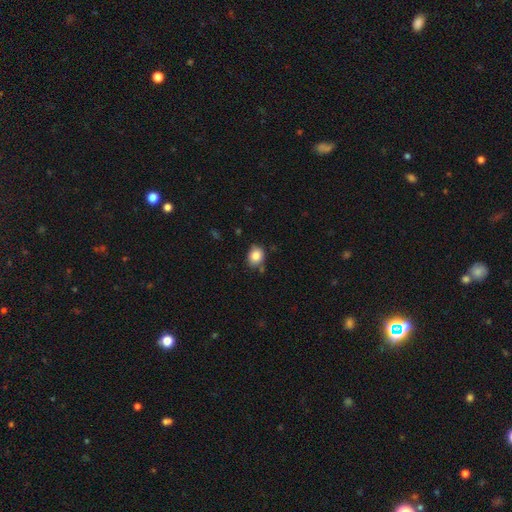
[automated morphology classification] This appears to be a smooth galaxy with no disk features (85%) that is round (54%). Merging: none (75%).